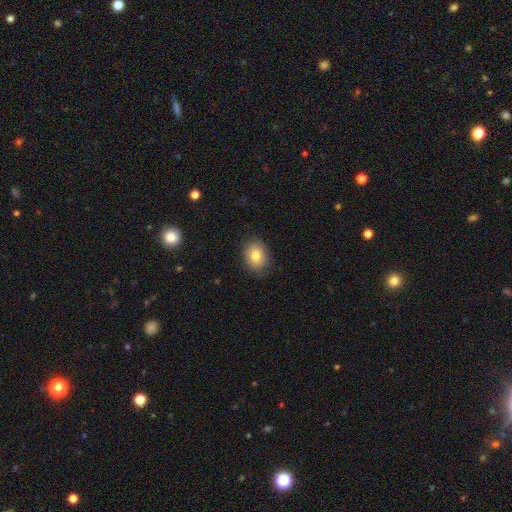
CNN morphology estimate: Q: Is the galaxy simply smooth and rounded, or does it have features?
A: smooth — 81%.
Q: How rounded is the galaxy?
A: in between — 61%.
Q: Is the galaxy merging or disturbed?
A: none — 86%.